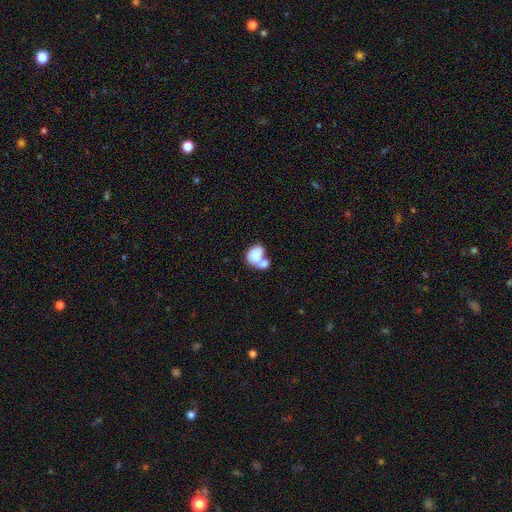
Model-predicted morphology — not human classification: type=smooth (74%); roundness=in between (67%); merging=merger (68%).